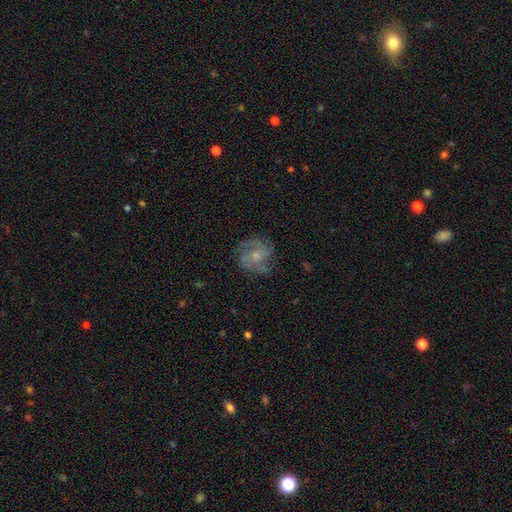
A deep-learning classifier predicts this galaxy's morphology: featured or disk 76%, smooth 17%, star or artifact 7%. Down the decision tree: edge-on disk — no (98%); bar — no (66%); spiral arms — yes (93%); spiral arm count — 2 (36%); spiral winding — medium (49%); bulge size — small (52%); merging — none (74%).